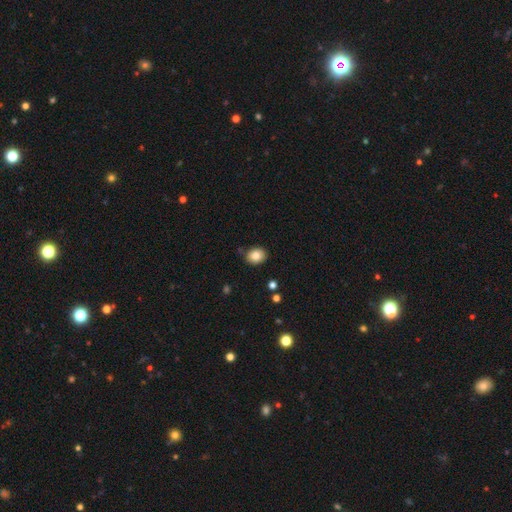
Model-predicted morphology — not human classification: The model was most divided on "how rounded": round: 54%, in between: 46%, cigar-shaped: 1%. More confident: smooth or featured — smooth (85%); merging — none (80%).